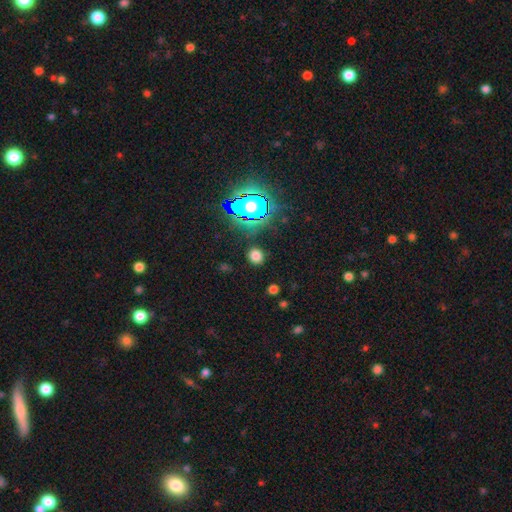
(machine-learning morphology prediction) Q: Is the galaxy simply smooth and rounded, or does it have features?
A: smooth — 71%.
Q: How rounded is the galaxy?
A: round — 81%.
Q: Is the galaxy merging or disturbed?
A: none — 86%.